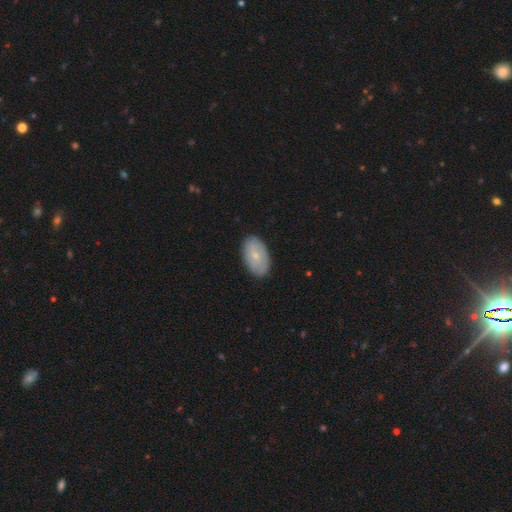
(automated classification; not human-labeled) This appears to be a smooth galaxy with no disk features (64%) that is in between round and cigar-shaped (92%). Merging: none (86%).